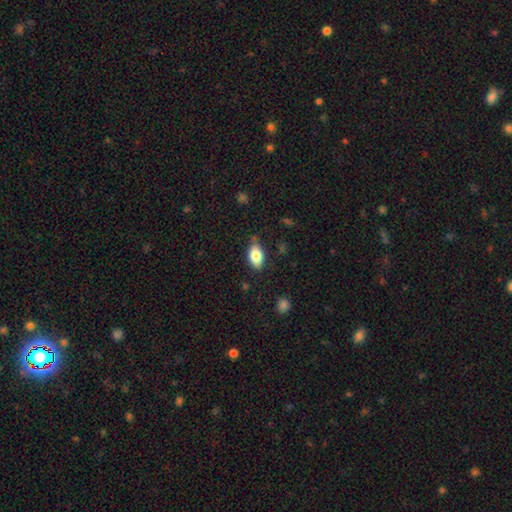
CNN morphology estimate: smooth 81%, featured or disk 11%, star or artifact 8%. Down the decision tree: how rounded — in between (90%); merging — none (77%).